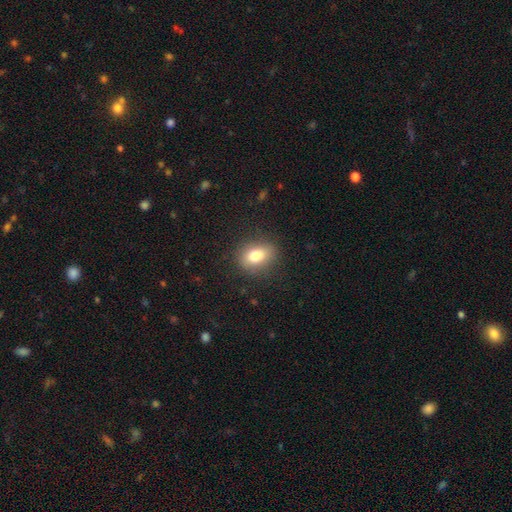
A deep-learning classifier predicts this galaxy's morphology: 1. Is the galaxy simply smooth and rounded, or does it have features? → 80% smooth, 11% featured or disk, 9% star or artifact.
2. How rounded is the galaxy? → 69% in between, 29% round, 2% cigar-shaped.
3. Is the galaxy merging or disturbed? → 84% none, 11% minor disturbance, 4% major disturbance, 1% merger.